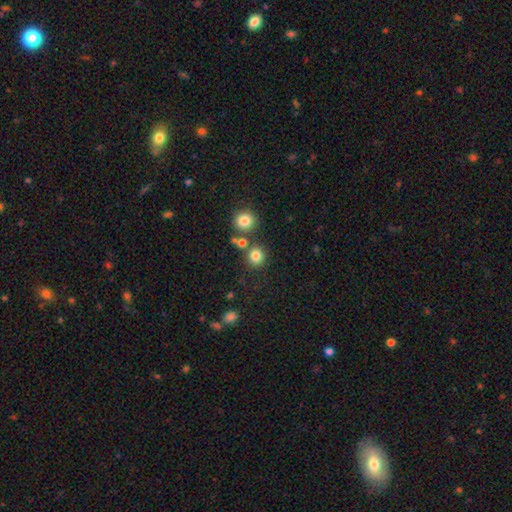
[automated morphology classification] A smooth galaxy with no disk features (80%) that is round (88%).

Vote fractions:
- Smooth or featured? smooth: 80% / star or artifact: 14% / featured or disk: 6%
- How rounded? round: 88% / in between: 11% / cigar-shaped: 1%
- Merging? none: 76% / merger: 12% / minor disturbance: 9% / major disturbance: 4%